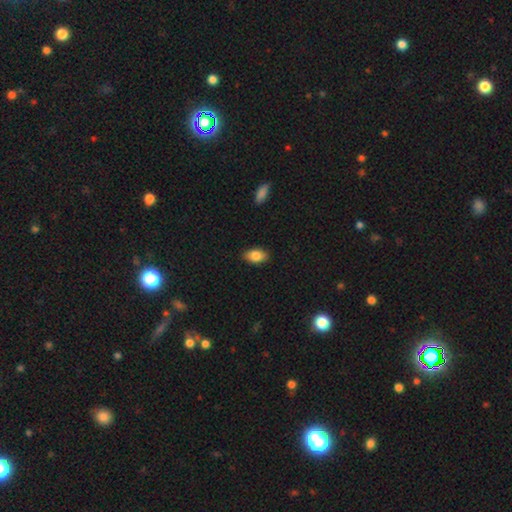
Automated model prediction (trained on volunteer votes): Smooth or featured?
  - smooth: 83% *
  - featured or disk: 10%
  - star or artifact: 7%
How rounded?
  - in between: 91% *
  - round: 7%
  - cigar-shaped: 2%
Merging?
  - none: 87% *
  - minor disturbance: 10%
  - major disturbance: 2%
  - merger: 1%